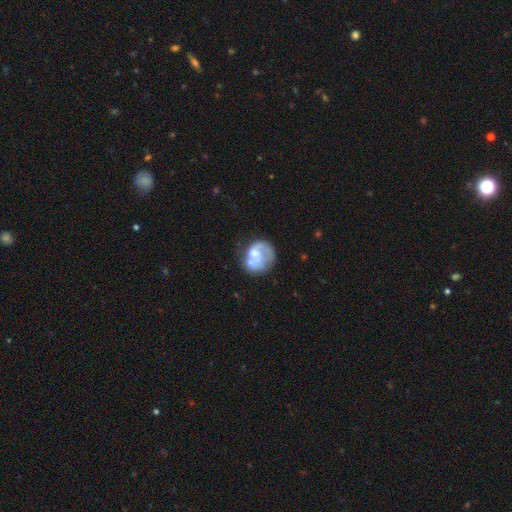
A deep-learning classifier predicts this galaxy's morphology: This appears to be a featured or disk galaxy (55%) with no bar (78%), no spiral arms (53%) and a moderate central bulge (35%). Merging: none (41%).